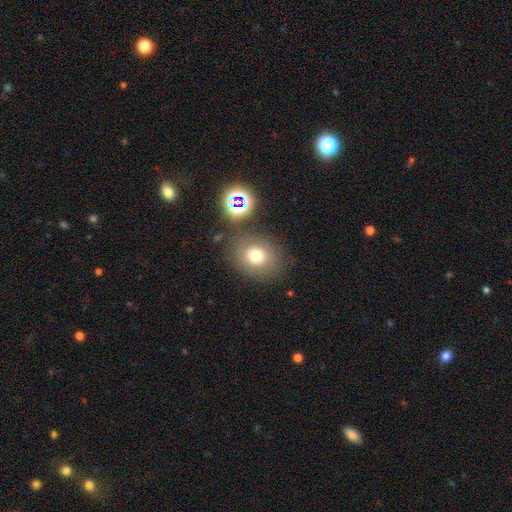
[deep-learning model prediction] smooth_or_featured: smooth (p=0.72) [alt: star or artifact p=0.15]
how_rounded: round (p=0.64) [alt: in between p=0.35]
merging: none (p=0.74) [alt: minor disturbance p=0.13]